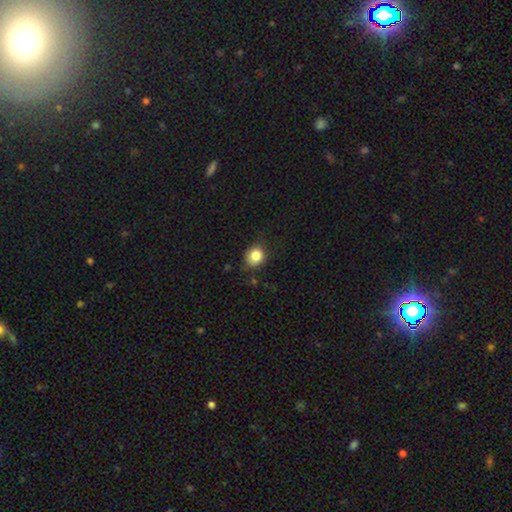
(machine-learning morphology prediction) smooth 84%, star or artifact 10%, featured or disk 6%. Down the decision tree: how rounded — round (71%); merging — none (75%).